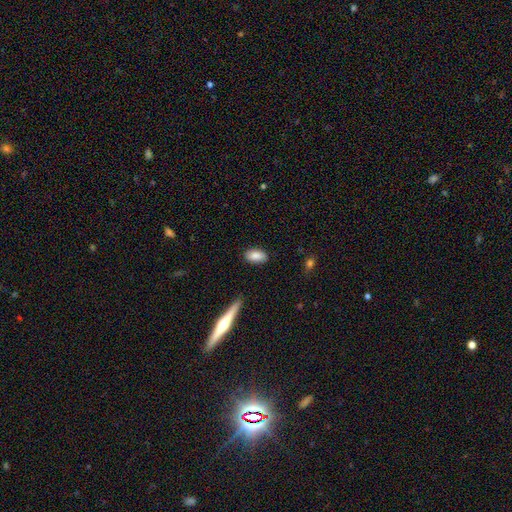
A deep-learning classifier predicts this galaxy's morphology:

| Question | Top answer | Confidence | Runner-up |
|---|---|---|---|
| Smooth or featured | smooth | 86% | featured or disk (8%) |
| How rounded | in between | 92% | cigar-shaped (4%) |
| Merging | none | 86% | minor disturbance (10%) |